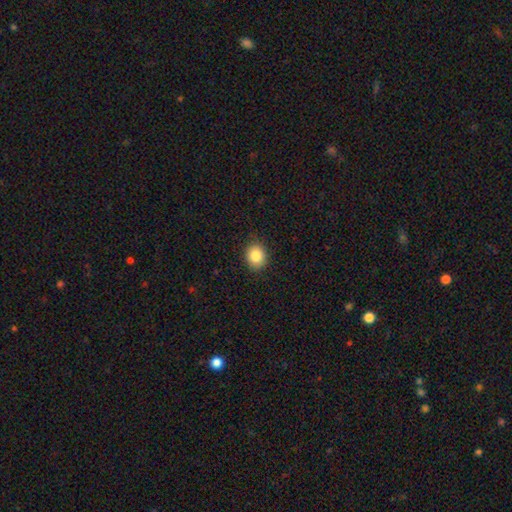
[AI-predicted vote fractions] Smooth or featured? smooth (85%)
How rounded? round (64%)
Merging? none (87%)